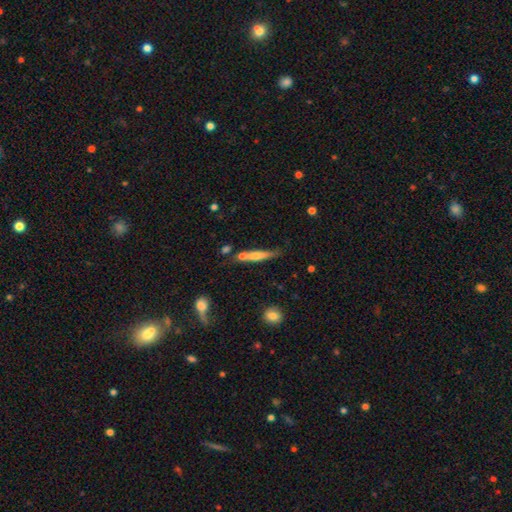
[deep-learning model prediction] Smooth or featured? smooth (55%)
How rounded? cigar-shaped (89%)
Merging? none (58%)